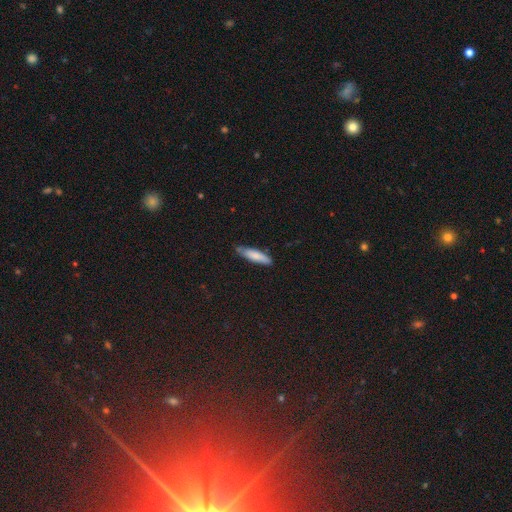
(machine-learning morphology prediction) Q: Smooth or featured?
A: smooth (78%); runner-up: featured or disk (16%)
Q: How rounded?
A: cigar-shaped (72%); runner-up: in between (26%)
Q: Merging?
A: none (77%); runner-up: minor disturbance (19%)